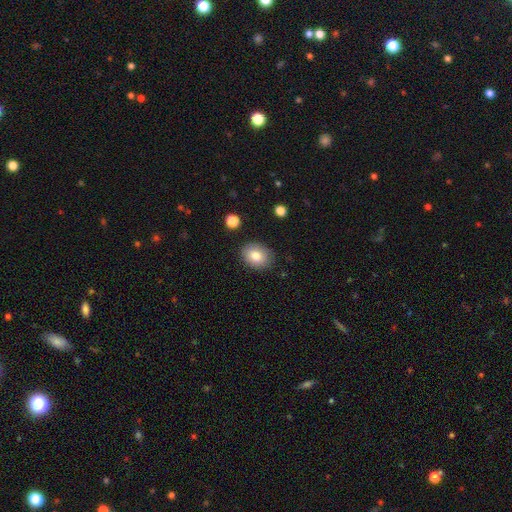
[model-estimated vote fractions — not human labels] Smooth or featured? smooth (81%)
How rounded? in between (57%)
Merging? none (85%)